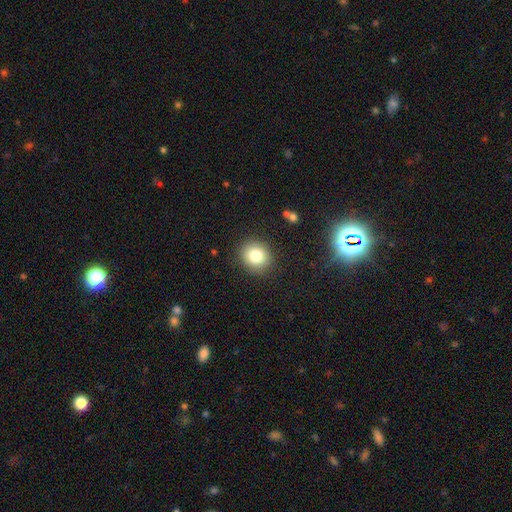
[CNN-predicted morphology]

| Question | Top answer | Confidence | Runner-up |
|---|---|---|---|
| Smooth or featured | smooth | 81% | star or artifact (10%) |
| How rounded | round | 79% | in between (20%) |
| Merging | none | 88% | minor disturbance (8%) |